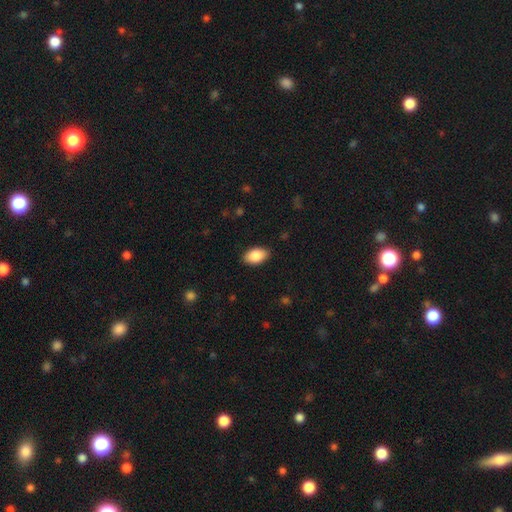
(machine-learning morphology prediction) Q: Smooth or featured?
A: smooth (87%); runner-up: star or artifact (7%)
Q: How rounded?
A: in between (93%); runner-up: round (5%)
Q: Merging?
A: none (87%); runner-up: minor disturbance (10%)